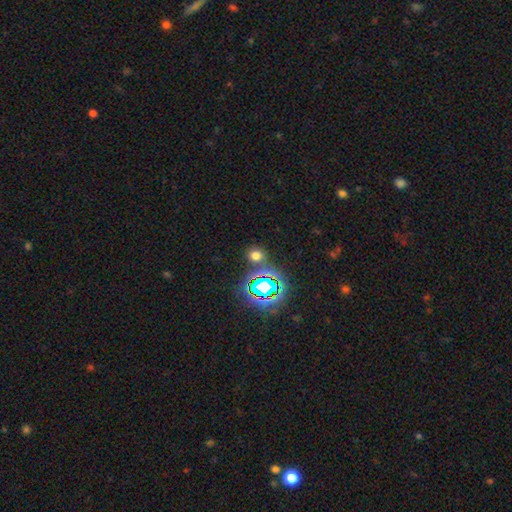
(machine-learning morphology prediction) Overall: smooth (62%; star or artifact 31%). How rounded: round (73%). Merging: none (81%).